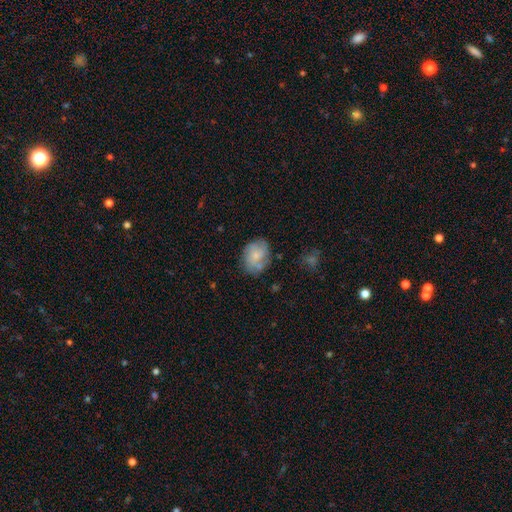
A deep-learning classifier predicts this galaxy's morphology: Smooth or featured: smooth — 59% (featured or disk — 33%)
How rounded: in between — 64% (round — 35%)
Merging: none — 64% (minor disturbance — 24%)